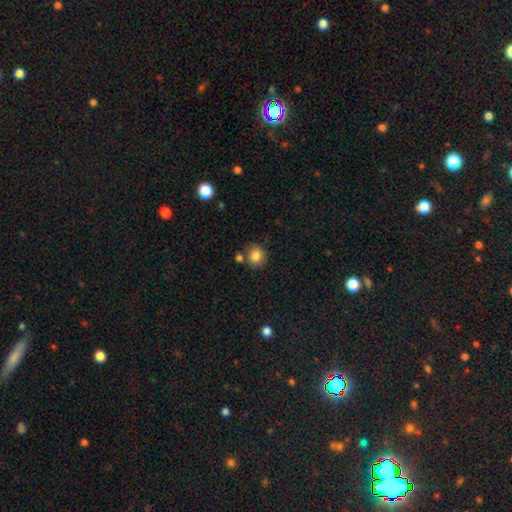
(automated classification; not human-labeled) A smooth galaxy with no disk features (84%) that is round (81%).

Vote fractions:
- Smooth or featured? smooth: 84% / star or artifact: 10% / featured or disk: 6%
- How rounded? round: 81% / in between: 18% / cigar-shaped: 1%
- Merging? none: 74% / minor disturbance: 12% / merger: 11% / major disturbance: 3%